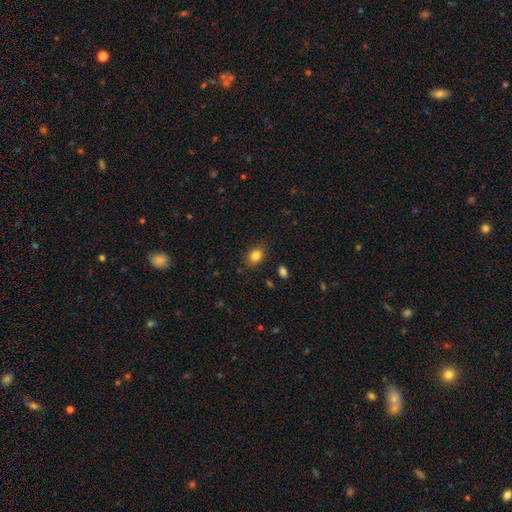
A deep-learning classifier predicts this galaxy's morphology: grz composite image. It shows a smooth galaxy with no disk features (84%) that is in between round and cigar-shaped (62%). Merging: none (83%).